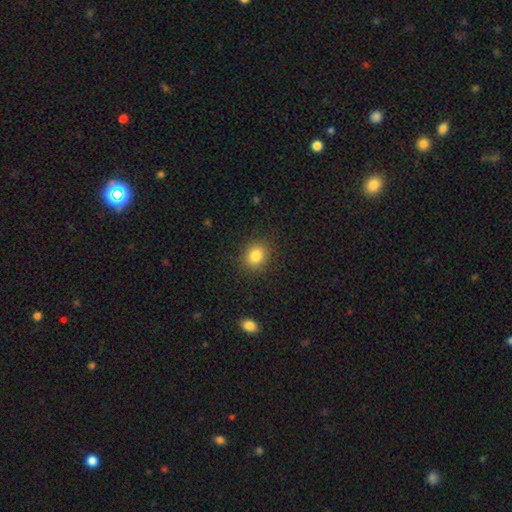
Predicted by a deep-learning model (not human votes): Smooth or featured? Predicted: smooth (p=0.83). How rounded? Predicted: round (p=0.74). Merging? Predicted: none (p=0.89).